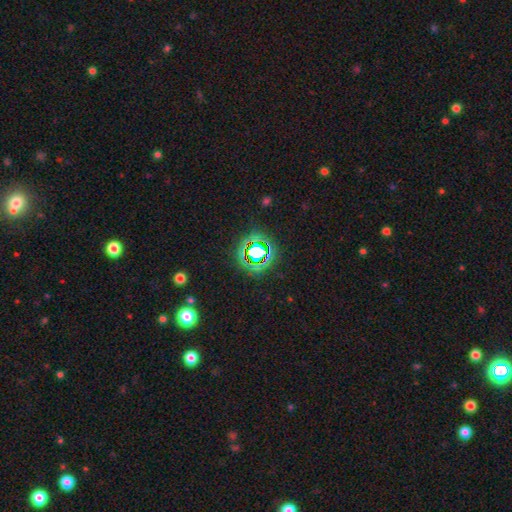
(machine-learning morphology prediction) A star or artifact, not a galaxy (69%).

Vote fractions:
- Smooth or featured? star or artifact: 69% / smooth: 20% / featured or disk: 10%